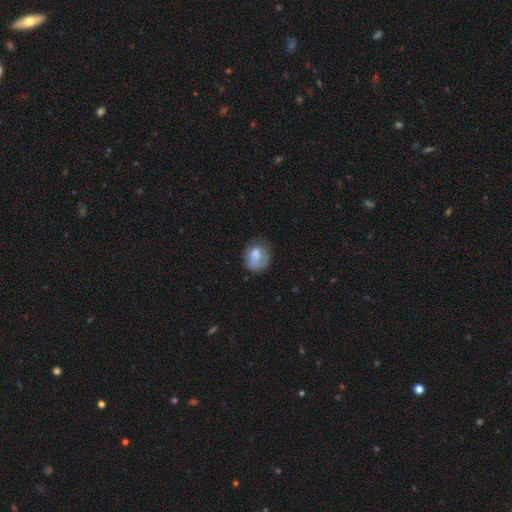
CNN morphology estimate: A smooth galaxy with no disk features (69%) that is round (58%).

Vote fractions:
- Smooth or featured? smooth: 69% / featured or disk: 23% / star or artifact: 8%
- How rounded? round: 58% / in between: 41% / cigar-shaped: 1%
- Merging? none: 50% / minor disturbance: 27% / major disturbance: 20% / merger: 2%